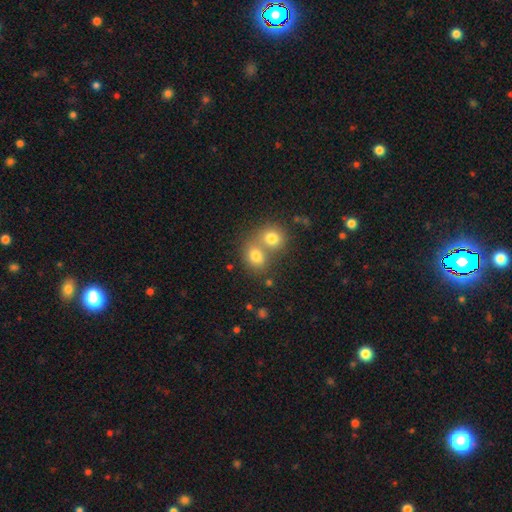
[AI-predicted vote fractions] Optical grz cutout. It shows a smooth galaxy with no disk features (76%) that is round (59%). Merging: merger (57%).